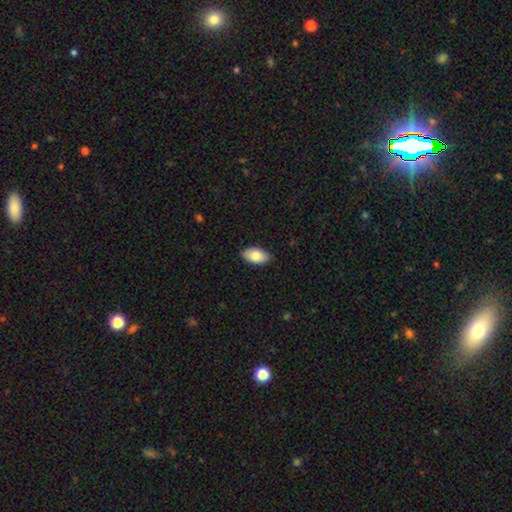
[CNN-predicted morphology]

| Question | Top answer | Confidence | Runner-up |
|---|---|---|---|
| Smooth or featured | smooth | 83% | featured or disk (11%) |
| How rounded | in between | 94% | round (4%) |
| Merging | none | 87% | minor disturbance (10%) |